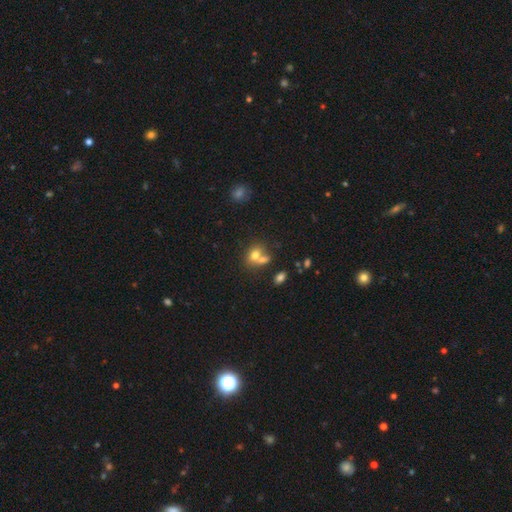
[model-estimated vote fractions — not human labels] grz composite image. It shows a smooth galaxy with no disk features (72%) that is in between round and cigar-shaped (58%). Merging: merger (48%).